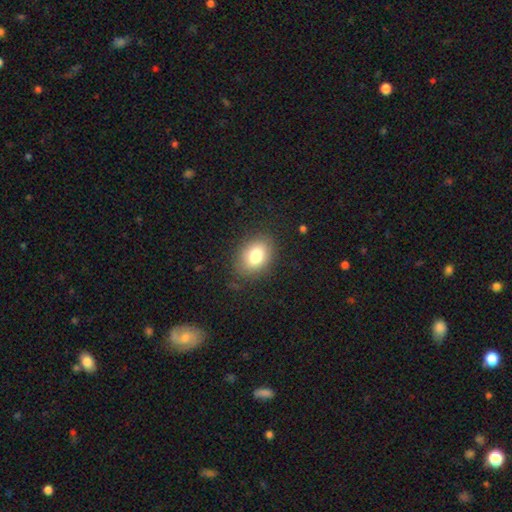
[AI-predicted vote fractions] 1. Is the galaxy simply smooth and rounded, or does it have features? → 80% smooth, 11% featured or disk, 9% star or artifact.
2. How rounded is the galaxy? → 73% in between, 26% round, 1% cigar-shaped.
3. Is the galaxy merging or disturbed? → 82% none, 12% minor disturbance, 4% major disturbance, 1% merger.